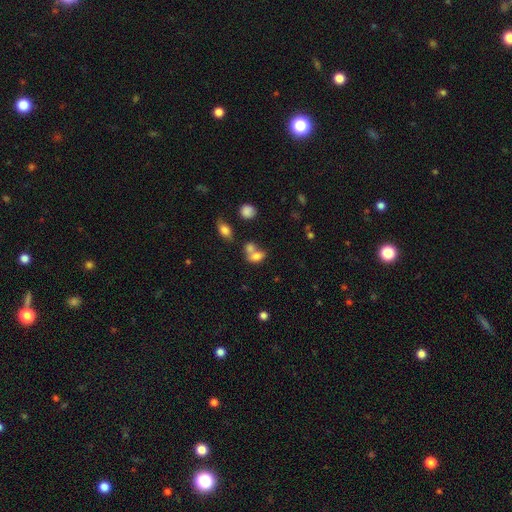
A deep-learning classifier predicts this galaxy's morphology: smooth-or-featured: smooth: 76% | featured or disk: 12% | star or artifact: 12%
  how-rounded: in between: 79% | round: 18% | cigar-shaped: 2%
  merging: merger: 52% | none: 31% | minor disturbance: 11% | major disturbance: 6%